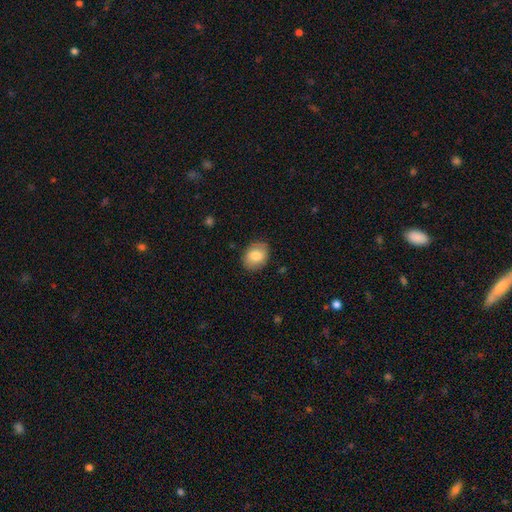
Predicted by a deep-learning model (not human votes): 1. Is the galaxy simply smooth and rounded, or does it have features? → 81% smooth, 12% featured or disk, 8% star or artifact.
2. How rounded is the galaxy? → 57% in between, 42% round, 1% cigar-shaped.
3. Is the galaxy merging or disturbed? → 84% none, 12% minor disturbance, 3% major disturbance, 1% merger.